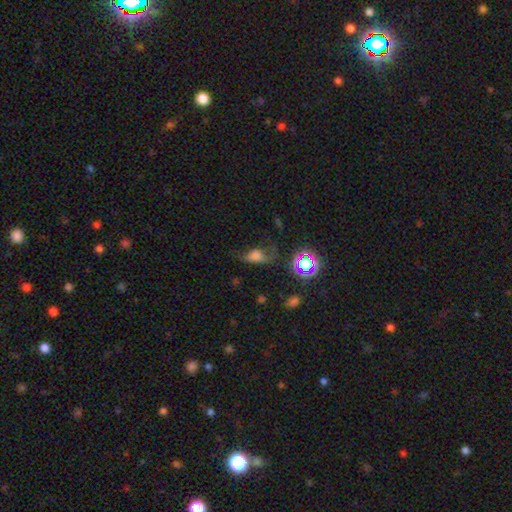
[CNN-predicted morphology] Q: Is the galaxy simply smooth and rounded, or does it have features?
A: smooth — 57%.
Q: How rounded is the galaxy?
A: in between — 73%.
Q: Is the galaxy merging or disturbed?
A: major disturbance — 41%.